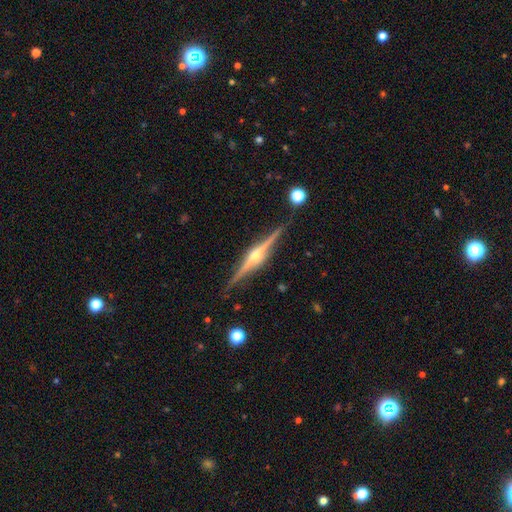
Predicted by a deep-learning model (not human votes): smooth-or-featured: featured or disk: 88% | smooth: 7% | star or artifact: 5%
  disk-edge-on: yes: 98% | no: 2%
    edge-on-bulge: rounded: 93% | boxy: 5% | none: 3%
  merging: none: 89% | minor disturbance: 8% | major disturbance: 2% | merger: 1%